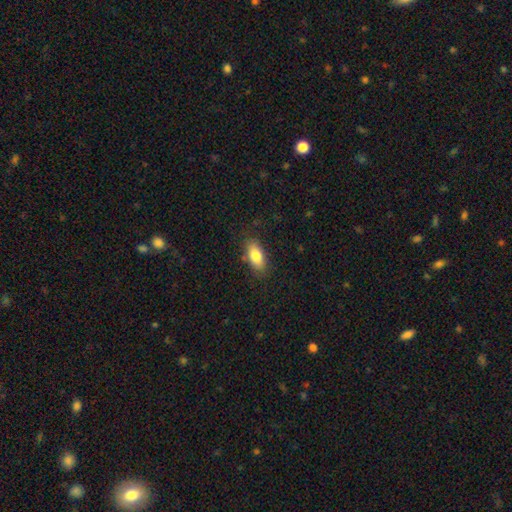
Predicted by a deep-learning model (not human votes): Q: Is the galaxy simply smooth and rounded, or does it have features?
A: smooth — 81%.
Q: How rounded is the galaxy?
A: in between — 86%.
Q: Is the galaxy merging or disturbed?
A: none — 83%.